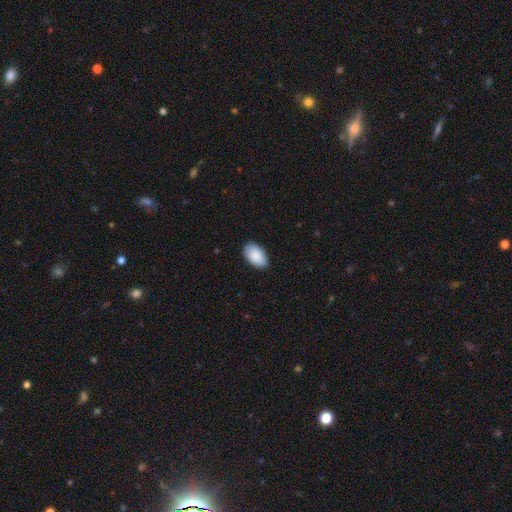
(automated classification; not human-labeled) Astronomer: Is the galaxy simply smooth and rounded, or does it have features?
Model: smooth — 90%.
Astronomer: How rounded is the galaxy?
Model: in between — 94%.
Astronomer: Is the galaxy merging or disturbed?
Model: none — 87%.